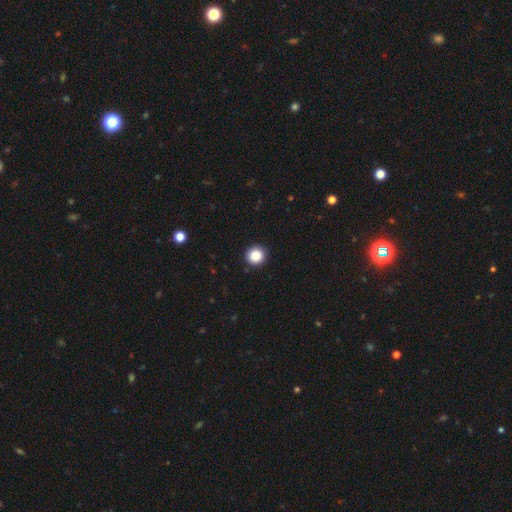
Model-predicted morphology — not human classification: A smooth galaxy with no disk features (86%) that is round (95%).

Vote fractions:
- Smooth or featured? smooth: 86% / star or artifact: 10% / featured or disk: 4%
- How rounded? round: 95% / in between: 4% / cigar-shaped: 1%
- Merging? none: 93% / minor disturbance: 4% / major disturbance: 1% / merger: 1%